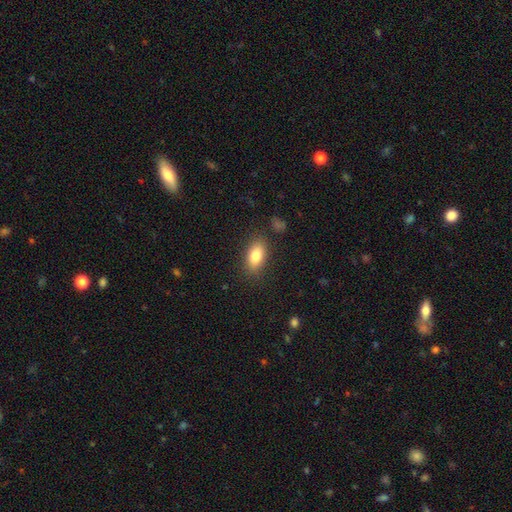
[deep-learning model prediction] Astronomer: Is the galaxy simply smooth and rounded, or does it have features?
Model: smooth — 81%.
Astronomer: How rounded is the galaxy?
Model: in between — 87%.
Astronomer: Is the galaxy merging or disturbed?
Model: none — 85%.